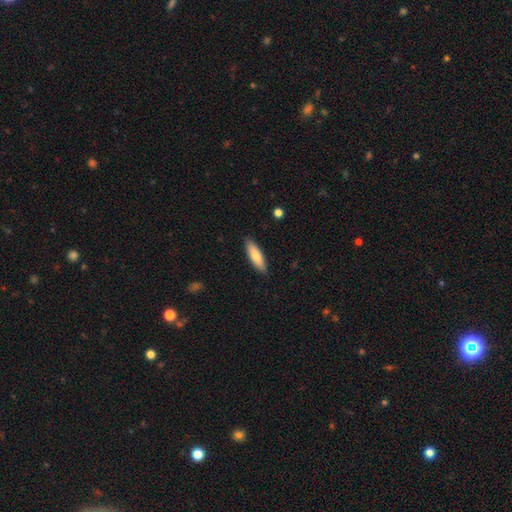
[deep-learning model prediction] The model was most divided on "how rounded": cigar-shaped: 55%, in between: 43%, round: 2%. More confident: merging — none (88%); smooth or featured — smooth (74%).